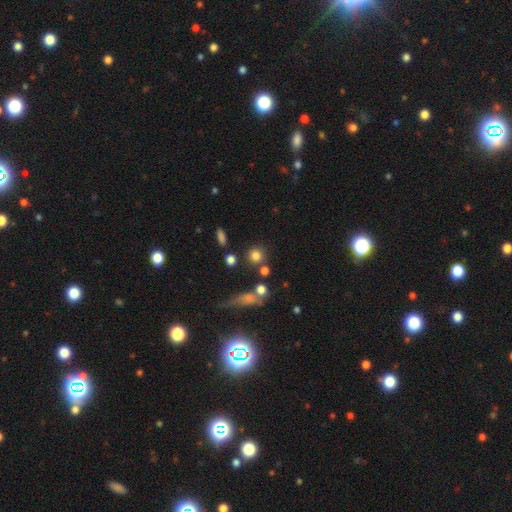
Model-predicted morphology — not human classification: This appears to be a smooth galaxy with no disk features (77%) that is round (87%). Merging: none (72%).